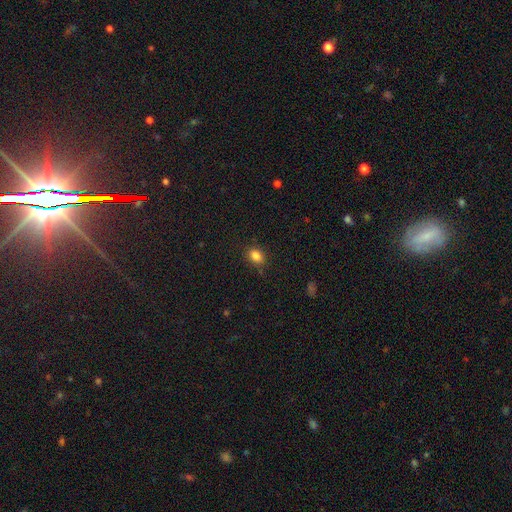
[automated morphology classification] A smooth galaxy with no disk features (84%) that is in between round and cigar-shaped (60%). Merging: none (85%).